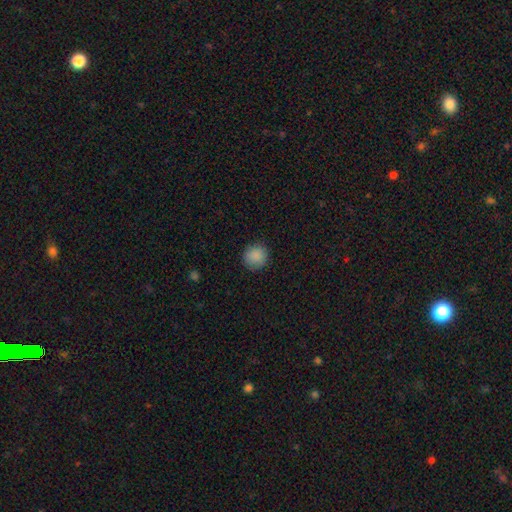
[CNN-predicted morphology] Smooth or featured?
  - smooth: 88% *
  - star or artifact: 9%
  - featured or disk: 4%
How rounded?
  - round: 91% *
  - in between: 8%
  - cigar-shaped: 1%
Merging?
  - none: 88% *
  - minor disturbance: 9%
  - major disturbance: 3%
  - merger: 1%